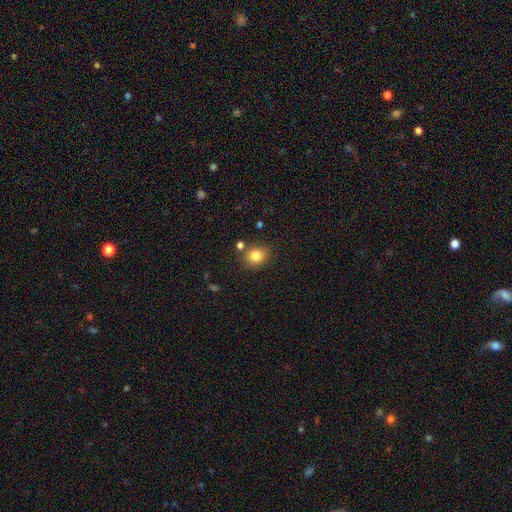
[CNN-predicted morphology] This appears to be a smooth galaxy with no disk features (82%) that is round (60%). Merging: none (78%).